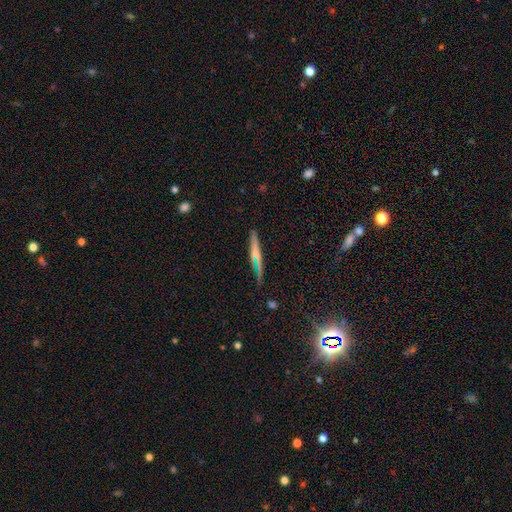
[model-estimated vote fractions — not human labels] A featured or disk galaxy (48%).

Vote fractions:
- Smooth or featured? featured or disk: 48% / smooth: 40% / star or artifact: 12%
- Merging? none: 81% / minor disturbance: 13% / major disturbance: 3% / merger: 3%